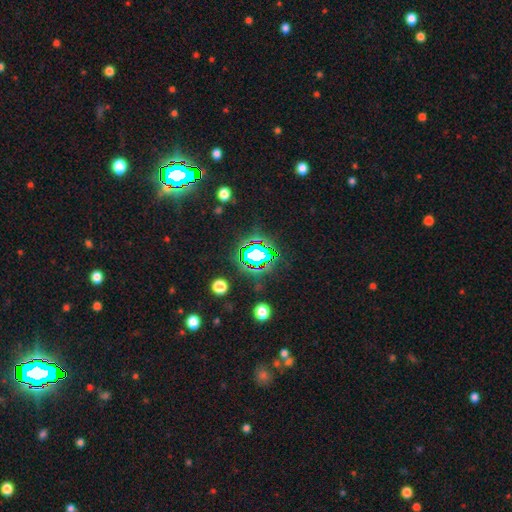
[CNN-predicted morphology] Smooth or featured?
  - star or artifact: 69% *
  - smooth: 18%
  - featured or disk: 13%